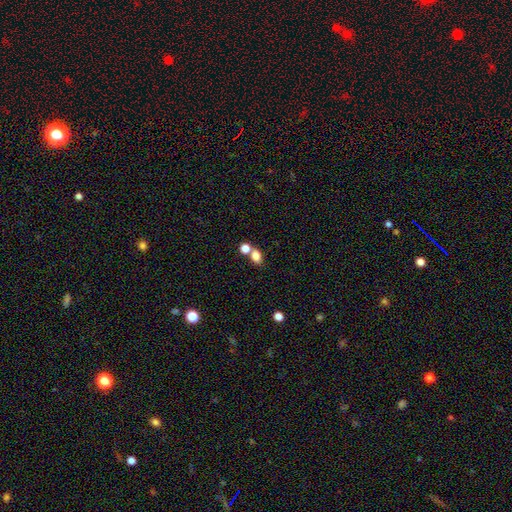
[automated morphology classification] This is likely a smooth galaxy (80%). How rounded: likely in between (68%). Merging: possibly none (51%).